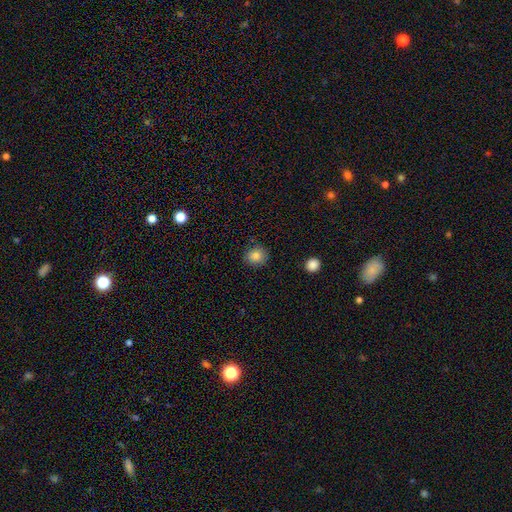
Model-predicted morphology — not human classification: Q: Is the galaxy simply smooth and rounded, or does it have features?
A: smooth — 84%.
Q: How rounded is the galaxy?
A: round — 83%.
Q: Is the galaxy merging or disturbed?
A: none — 86%.